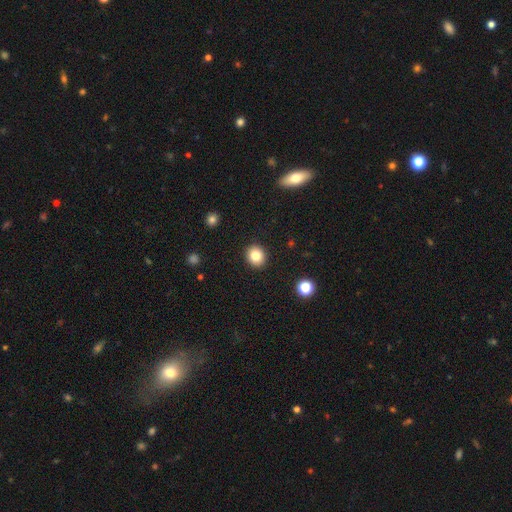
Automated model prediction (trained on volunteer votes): Overall: smooth (83%). How rounded: round (78%). Merging: none (91%).